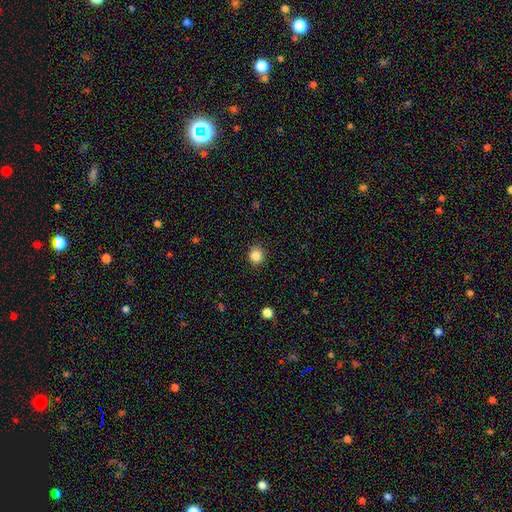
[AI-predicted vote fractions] smooth_or_featured: smooth (p=0.84) [alt: star or artifact p=0.11]
how_rounded: round (p=0.87) [alt: in between p=0.12]
merging: none (p=0.91) [alt: minor disturbance p=0.06]